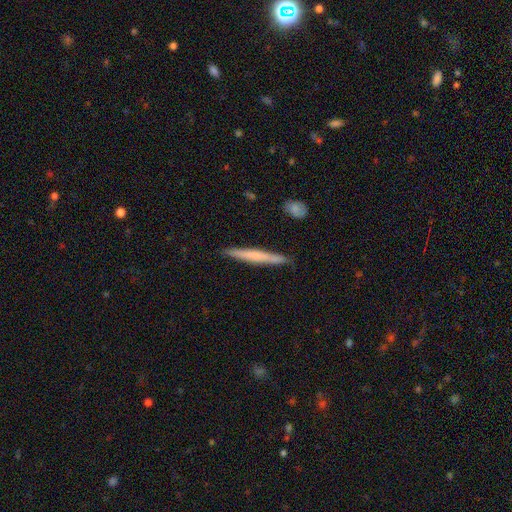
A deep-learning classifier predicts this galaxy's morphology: This appears to be a smooth galaxy with no disk features (54%) that is cigar-shaped (96%). Merging: none (89%).